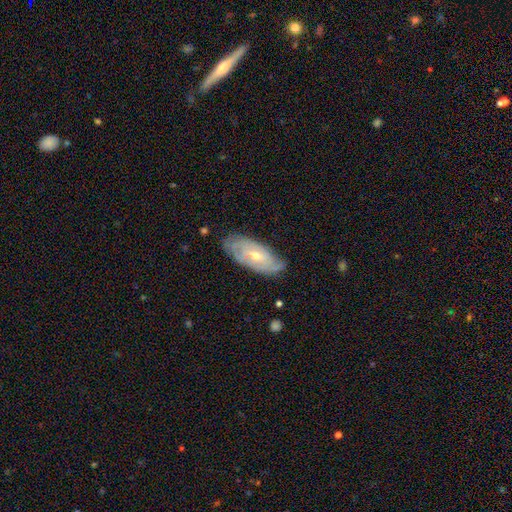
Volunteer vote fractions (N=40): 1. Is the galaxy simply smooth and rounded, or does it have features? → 85% featured or disk, 15% smooth, 0% star or artifact.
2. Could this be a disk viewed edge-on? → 82% no, 18% yes.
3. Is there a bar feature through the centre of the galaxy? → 57% no, 43% weak, 0% strong.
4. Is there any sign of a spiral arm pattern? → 79% yes, 21% no.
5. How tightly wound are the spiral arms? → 59% tight, 41% medium, 0% loose.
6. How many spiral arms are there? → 41% can't tell, 27% 2, 14% 3, 9% 1, 9% 4, 0% more than 4.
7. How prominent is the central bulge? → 64% small, 36% moderate, 0% dominant, 0% large, 0% none.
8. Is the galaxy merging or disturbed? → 82% none, 12% minor disturbance, 2% major disturbance, 2% merger.